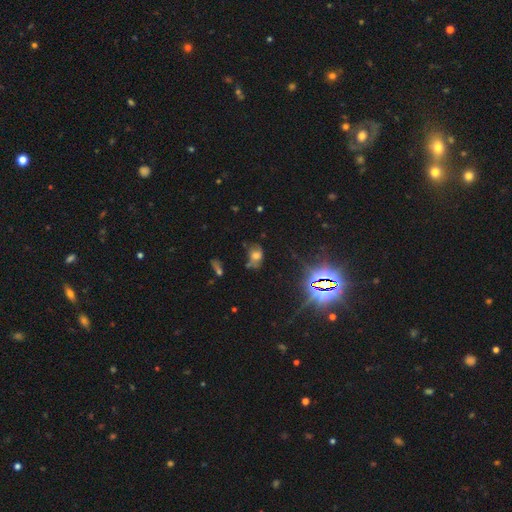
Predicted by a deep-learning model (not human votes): This appears to be a smooth galaxy with no disk features (48%). Merging: none (41%).